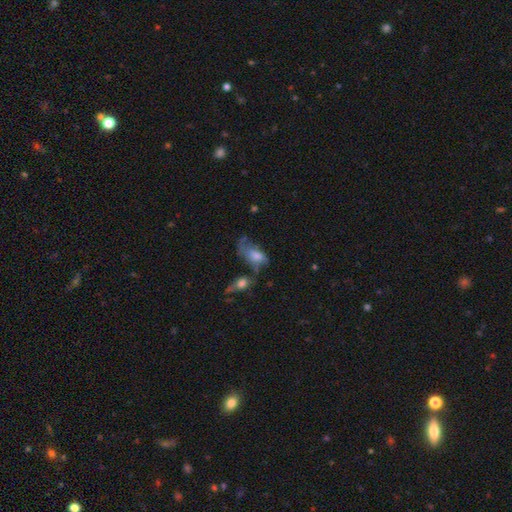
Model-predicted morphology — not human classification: featured or disk 44%, smooth 43%, star or artifact 12%. Down the decision tree: merging — none (29%).